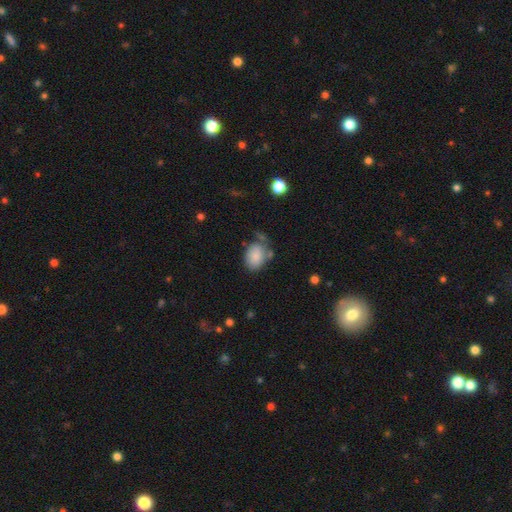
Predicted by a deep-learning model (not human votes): Q: Smooth or featured?
A: smooth (82%); runner-up: featured or disk (10%)
Q: How rounded?
A: in between (78%); runner-up: round (20%)
Q: Merging?
A: none (53%); runner-up: minor disturbance (27%)